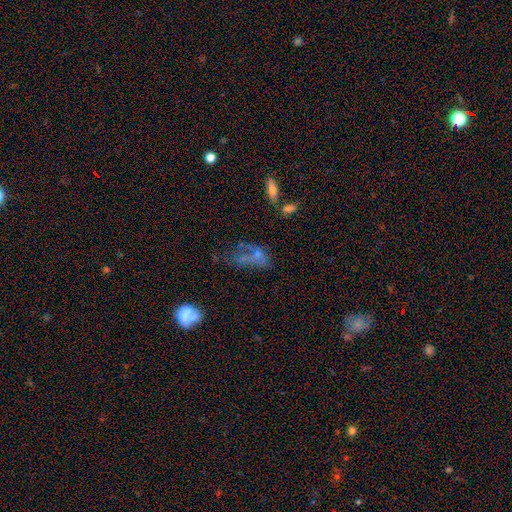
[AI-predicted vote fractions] Smooth or featured?
  - smooth: 43% *
  - featured or disk: 37%
  - star or artifact: 20%
Merging?
  - major disturbance: 35% *
  - none: 29%
  - minor disturbance: 18%
  - merger: 18%